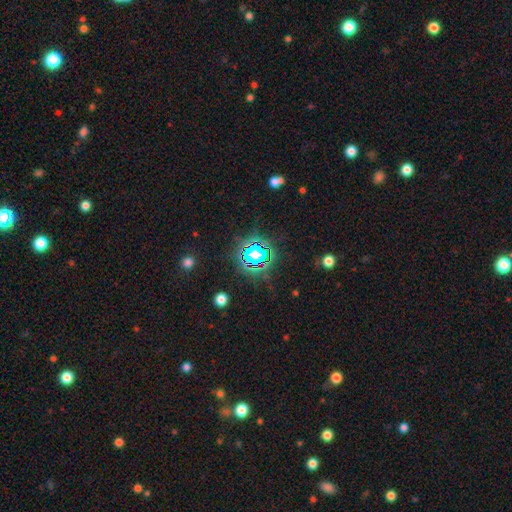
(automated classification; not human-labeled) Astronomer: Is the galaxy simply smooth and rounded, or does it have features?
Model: star or artifact — 68%.